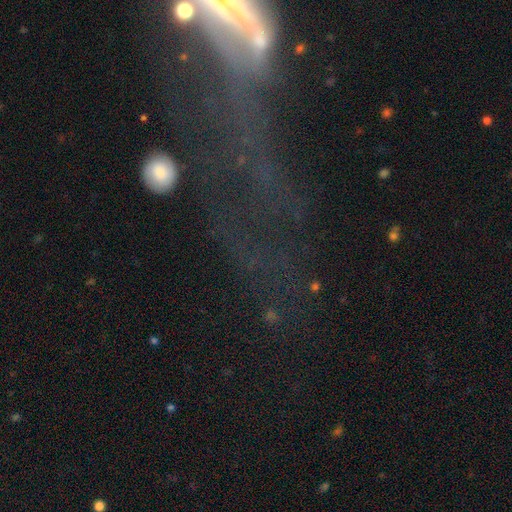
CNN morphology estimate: The model was most divided on "smooth or featured" (2-way tie): star or artifact: 39%, featured or disk: 39%, smooth: 22%.